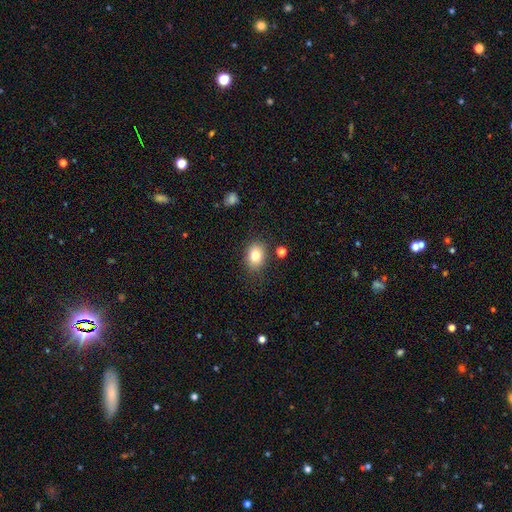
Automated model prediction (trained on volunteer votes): Smooth or featured?
  - smooth: 80% *
  - featured or disk: 10%
  - star or artifact: 10%
How rounded?
  - in between: 66% *
  - round: 33%
  - cigar-shaped: 1%
Merging?
  - none: 82% *
  - minor disturbance: 12%
  - merger: 3%
  - major disturbance: 3%